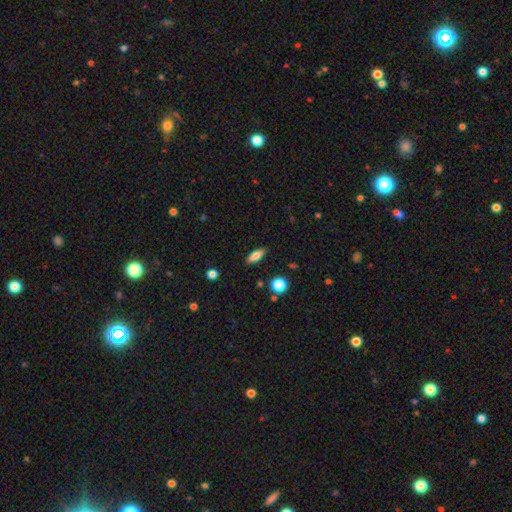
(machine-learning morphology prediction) A smooth galaxy with no disk features (75%) that is in between round and cigar-shaped (69%). Merging: none (88%).